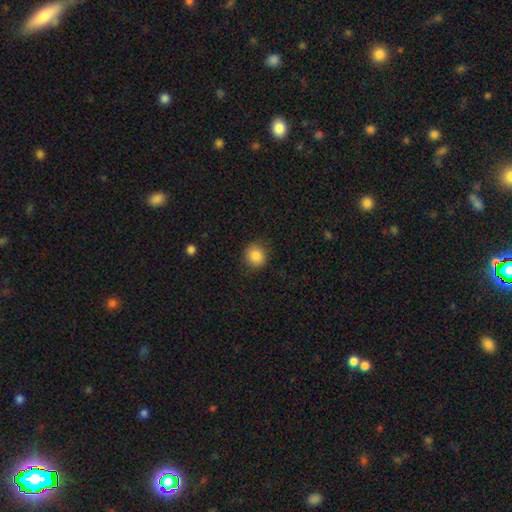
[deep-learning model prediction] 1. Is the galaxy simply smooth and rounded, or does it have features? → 87% smooth, 9% star or artifact, 4% featured or disk.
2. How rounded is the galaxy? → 86% round, 13% in between, 1% cigar-shaped.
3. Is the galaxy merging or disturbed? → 88% none, 8% minor disturbance, 3% major disturbance, 1% merger.